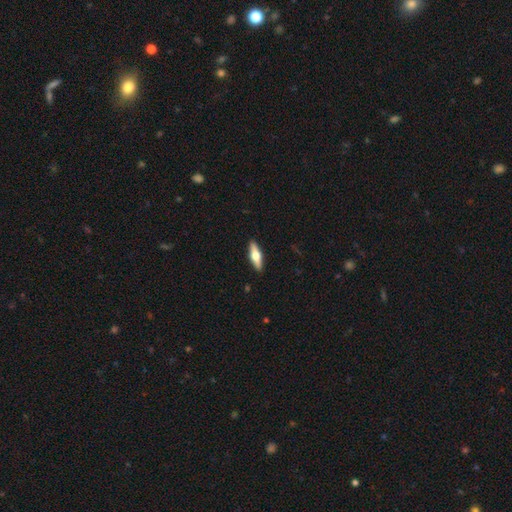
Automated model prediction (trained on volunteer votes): A featured or disk galaxy (51%) viewed edge-on (93%).

Vote fractions:
- Smooth or featured? featured or disk: 51% / smooth: 44% / star or artifact: 5%
- Edge-on disk? yes: 93% / no: 7%
- Merging? none: 91% / minor disturbance: 7% / major disturbance: 2% / merger: 1%